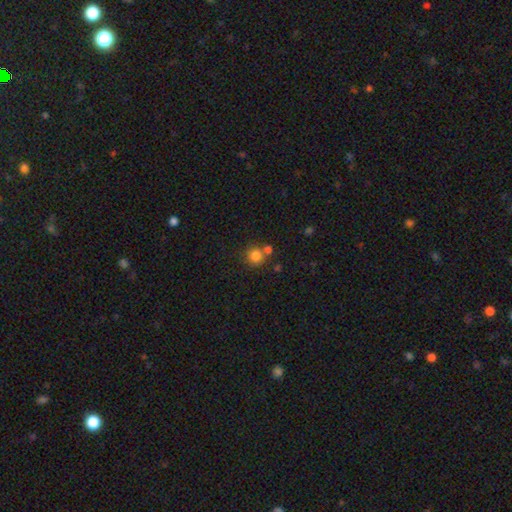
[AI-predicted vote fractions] Smooth or featured? smooth (82%)
How rounded? round (91%)
Merging? none (65%)